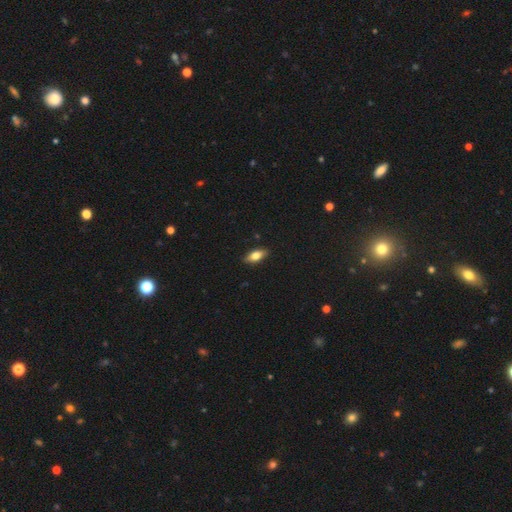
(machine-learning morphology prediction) A smooth galaxy with no disk features (75%) that is in between round and cigar-shaped (81%). Merging: none (88%).